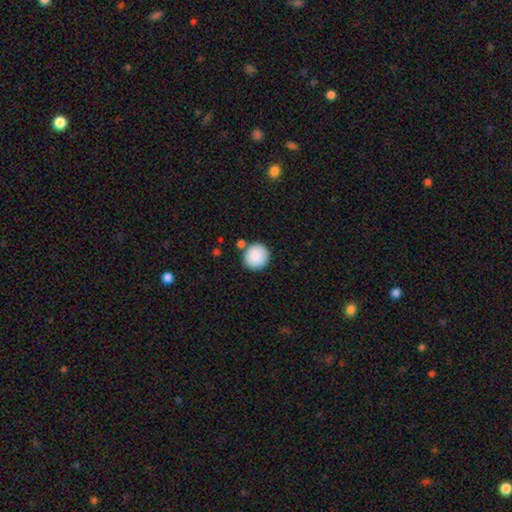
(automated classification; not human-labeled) smooth_or_featured: smooth (p=0.89) [alt: star or artifact p=0.07]
how_rounded: round (p=0.92) [alt: in between p=0.07]
merging: none (p=0.81) [alt: minor disturbance p=0.09]